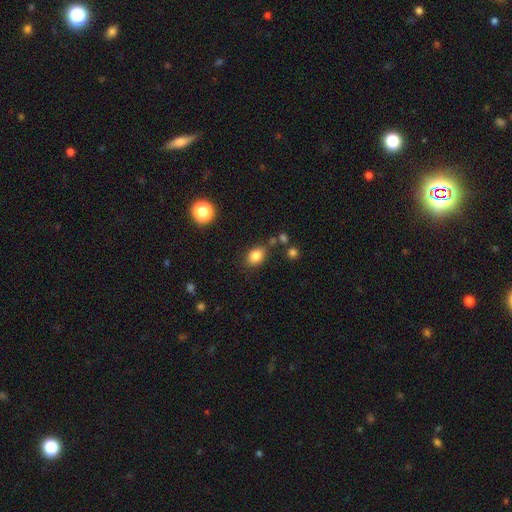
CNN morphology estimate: This is clearly a smooth galaxy (84%). How rounded: likely in between (72%). Merging: likely none (76%).